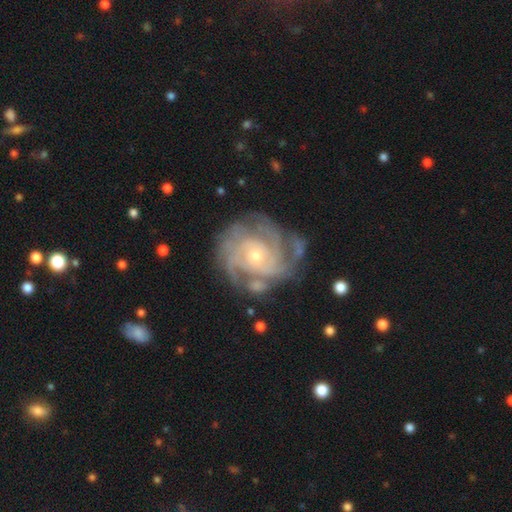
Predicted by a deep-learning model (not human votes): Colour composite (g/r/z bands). It shows a featured or disk galaxy (89%) with no bar (75%), 3 (27%) tight (67%) spiral arms (97%) and a small central bulge (65%). Merging: none (68%).